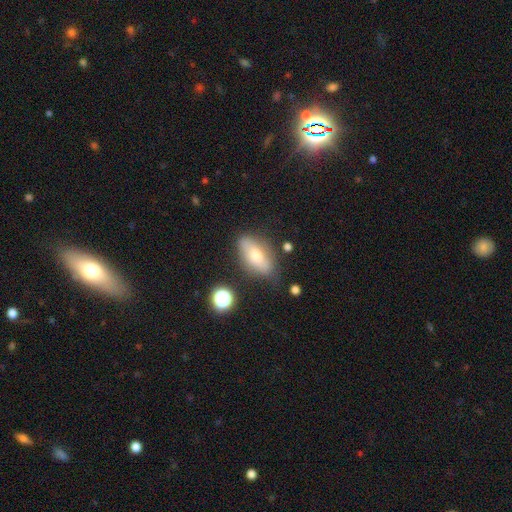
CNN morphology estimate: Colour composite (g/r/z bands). It shows a smooth galaxy with no disk features (65%) that is in between round and cigar-shaped (84%). Merging: none (70%).